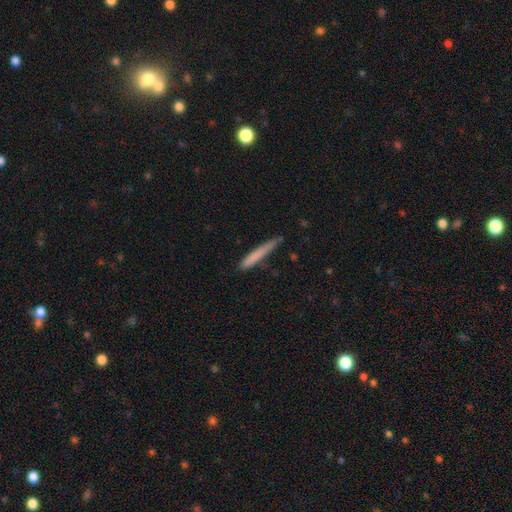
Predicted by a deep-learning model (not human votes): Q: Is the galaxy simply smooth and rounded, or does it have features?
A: smooth — 74%.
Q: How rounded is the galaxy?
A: cigar-shaped — 96%.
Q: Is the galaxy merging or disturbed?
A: none — 77%.